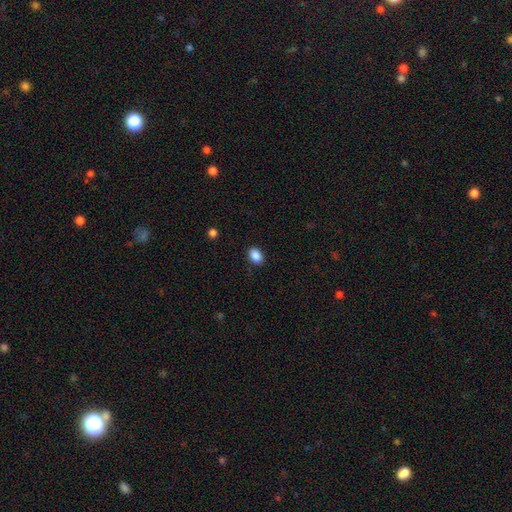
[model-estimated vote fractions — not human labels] Q: Smooth or featured?
A: smooth (89%); runner-up: star or artifact (8%)
Q: How rounded?
A: in between (83%); runner-up: round (16%)
Q: Merging?
A: none (87%); runner-up: minor disturbance (9%)